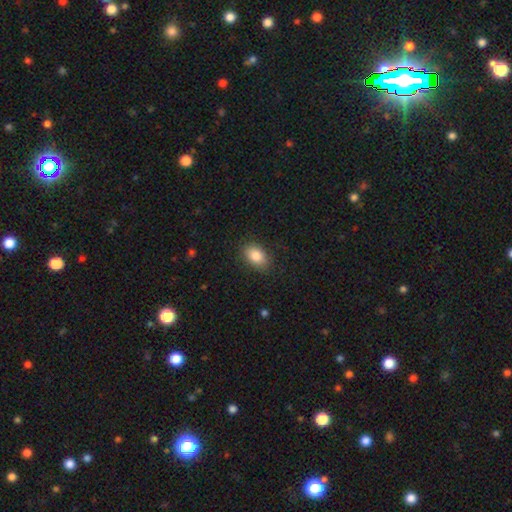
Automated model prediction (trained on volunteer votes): smooth-or-featured: smooth: 85% | star or artifact: 8% | featured or disk: 7%
  how-rounded: in between: 83% | round: 15% | cigar-shaped: 1%
  merging: none: 84% | minor disturbance: 12% | major disturbance: 3% | merger: 1%